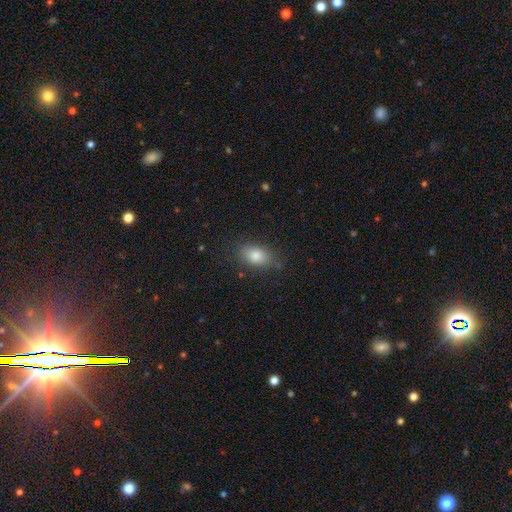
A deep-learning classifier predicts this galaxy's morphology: smooth 81%, featured or disk 10%, star or artifact 9%. Down the decision tree: how rounded — in between (86%); merging — none (81%).